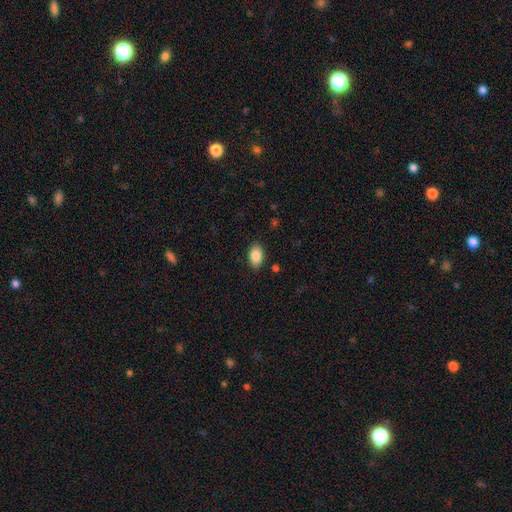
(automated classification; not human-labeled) This is clearly a smooth galaxy (87%). How rounded: clearly in between (92%). Merging: clearly none (88%).